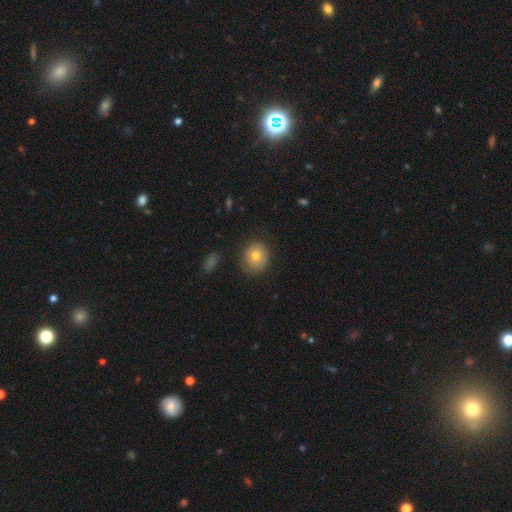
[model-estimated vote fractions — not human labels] The model was most divided on "smooth or featured": smooth: 72%, featured or disk: 20%, star or artifact: 9%. More confident: how rounded — round (79%); merging — none (77%).